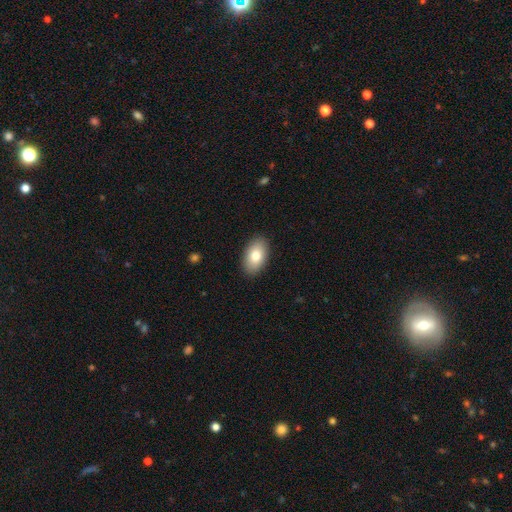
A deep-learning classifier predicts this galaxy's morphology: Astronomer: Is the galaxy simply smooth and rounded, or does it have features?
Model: smooth — 80%.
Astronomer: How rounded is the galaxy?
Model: in between — 93%.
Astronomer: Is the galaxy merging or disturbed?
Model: none — 89%.